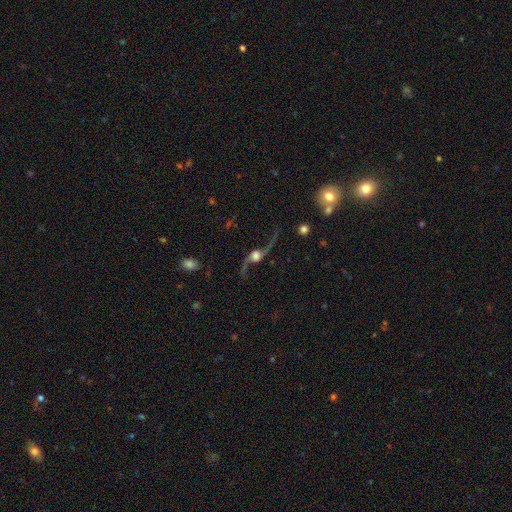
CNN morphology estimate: Smooth or featured: featured or disk — 88% (star or artifact — 6%)
Edge-on disk: no — 85% (yes — 15%)
Bar: no — 64% (weak — 25%)
Spiral arms: yes — 96% (no — 4%)
Spiral winding: loose — 94% (medium — 5%)
Spiral arm count: 2 — 94% (1 — 2%)
Bulge size: large — 42% (moderate — 30%)
Merging: none — 74% (minor disturbance — 12%)